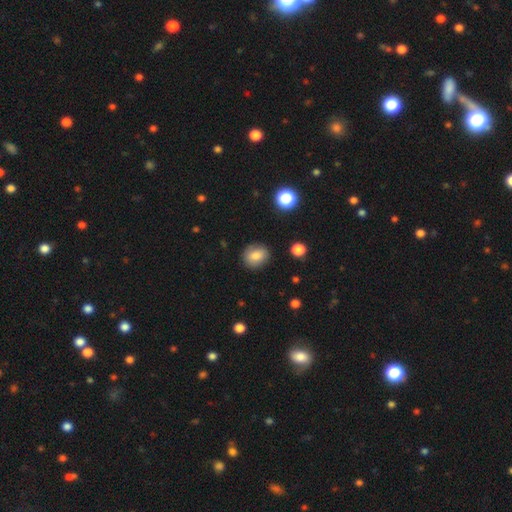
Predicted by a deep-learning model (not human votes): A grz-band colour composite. It shows a smooth galaxy with no disk features (82%) that is round (64%). Merging: none (85%).